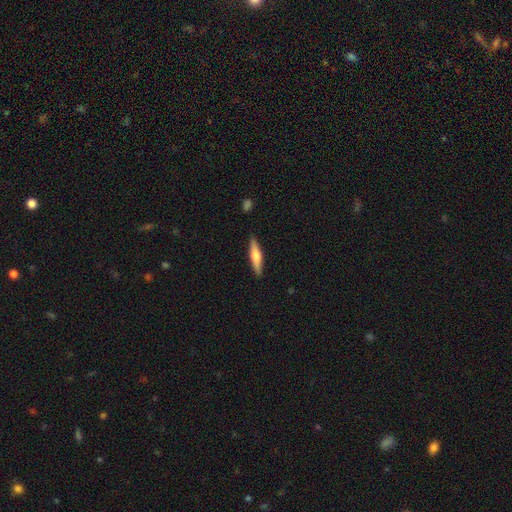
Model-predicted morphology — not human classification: Overall: smooth (50%; featured or disk 44%). Merging: none (89%).